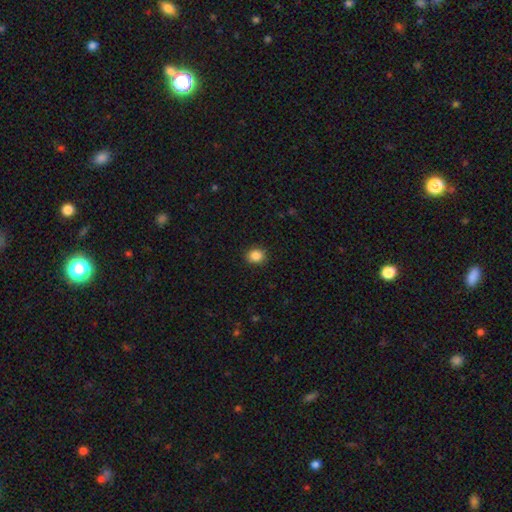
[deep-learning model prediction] Morphology: type=smooth (87%); roundness=round (70%); merging=none (90%).